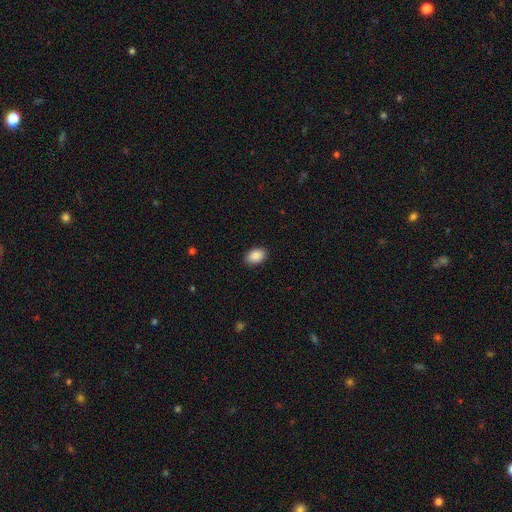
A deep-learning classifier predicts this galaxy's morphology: A smooth galaxy with no disk features (89%) that is in between round and cigar-shaped (79%).

Vote fractions:
- Smooth or featured? smooth: 89% / star or artifact: 7% / featured or disk: 4%
- How rounded? in between: 79% / round: 19% / cigar-shaped: 1%
- Merging? none: 89% / minor disturbance: 8% / major disturbance: 2% / merger: 1%